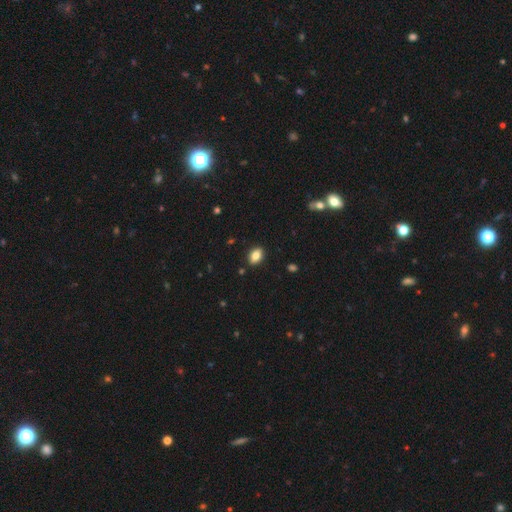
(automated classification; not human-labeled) A smooth galaxy with no disk features (84%) that is in between round and cigar-shaped (82%). Merging: none (89%).